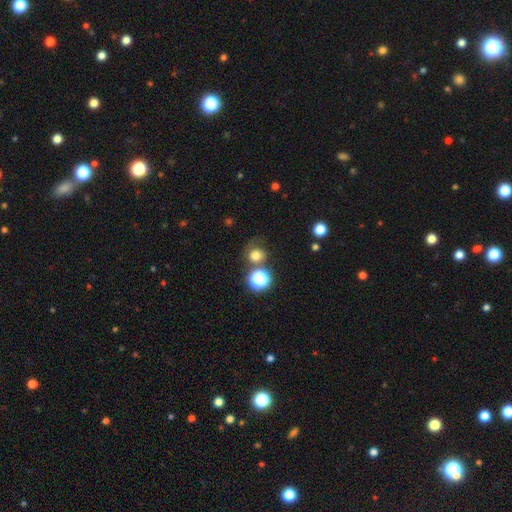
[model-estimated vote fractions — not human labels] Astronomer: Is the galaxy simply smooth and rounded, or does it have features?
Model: smooth — 73%.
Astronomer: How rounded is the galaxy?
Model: round — 81%.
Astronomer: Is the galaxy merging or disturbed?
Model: none — 55%.